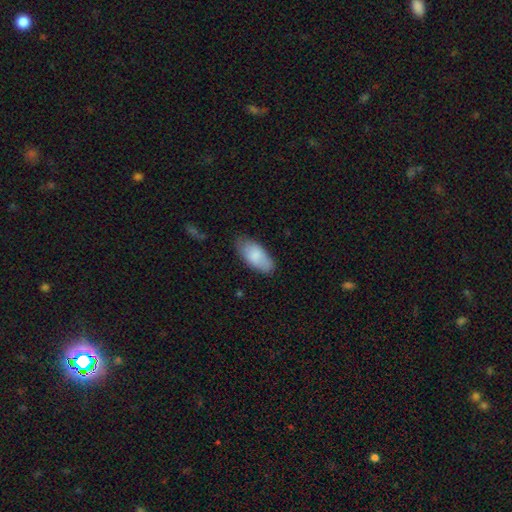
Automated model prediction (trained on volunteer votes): Smooth or featured? Predicted: smooth (p=0.84). How rounded? Predicted: in between (p=0.92). Merging? Predicted: none (p=0.76).